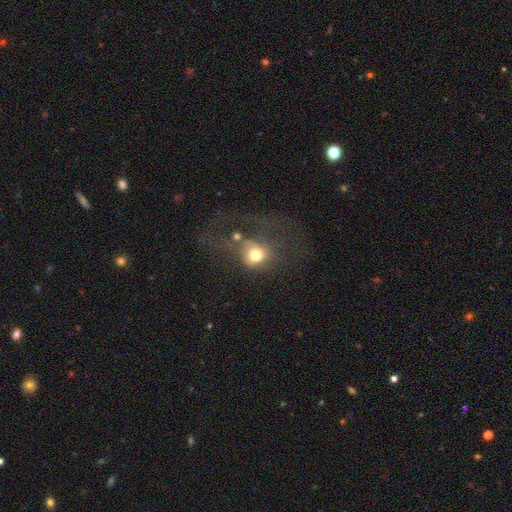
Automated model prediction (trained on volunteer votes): This is likely a smooth galaxy (63%). How rounded: likely round (66%). Merging: marginally major disturbance (38%).